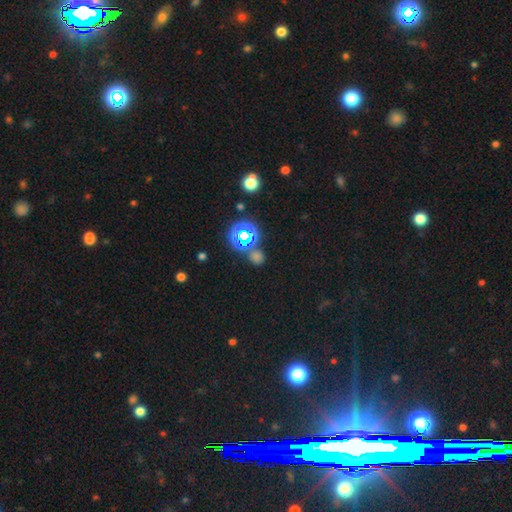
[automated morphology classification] The model was most divided on "smooth or featured": star or artifact: 54%, smooth: 38%, featured or disk: 8%.